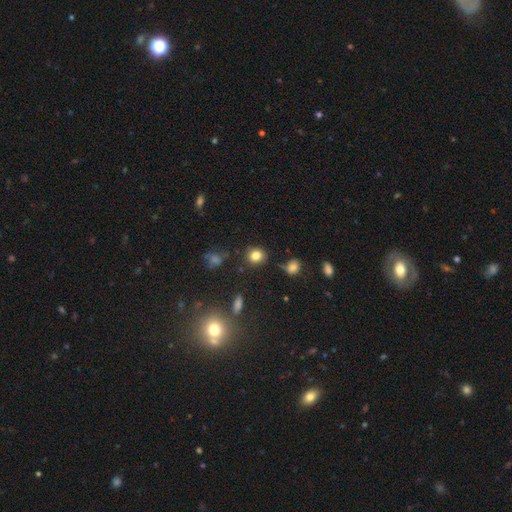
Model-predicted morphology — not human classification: smooth-or-featured: smooth: 81% | star or artifact: 12% | featured or disk: 6%
  how-rounded: round: 81% | in between: 18% | cigar-shaped: 1%
  merging: none: 81% | minor disturbance: 12% | merger: 4% | major disturbance: 3%